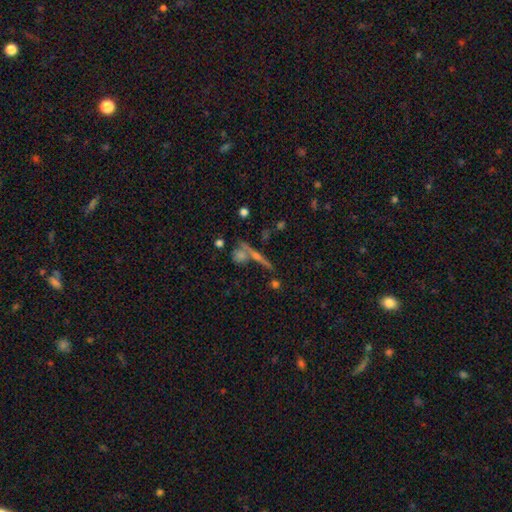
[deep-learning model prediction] Morphology: type=featured or disk (47%); merging=none (63%).